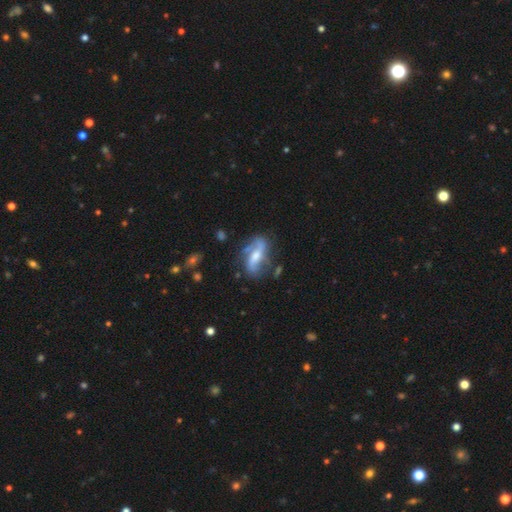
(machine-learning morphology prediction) Q: Smooth or featured?
A: featured or disk (72%); runner-up: smooth (22%)
Q: Edge-on disk?
A: no (87%); runner-up: yes (13%)
Q: Bar?
A: strong (36%); runner-up: weak (35%)
Q: Spiral arms?
A: yes (85%); runner-up: no (15%)
Q: Spiral winding?
A: loose (56%); runner-up: medium (31%)
Q: Spiral arm count?
A: 2 (82%); runner-up: can't tell (9%)
Q: Bulge size?
A: moderate (53%); runner-up: small (30%)
Q: Merging?
A: none (58%); runner-up: minor disturbance (23%)